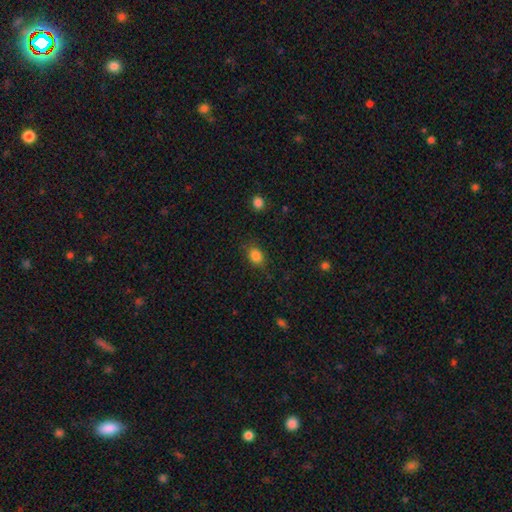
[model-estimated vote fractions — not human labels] smooth-or-featured: smooth: 84% | star or artifact: 11% | featured or disk: 5%
  how-rounded: in between: 58% | round: 40% | cigar-shaped: 1%
  merging: none: 78% | minor disturbance: 16% | major disturbance: 4% | merger: 2%